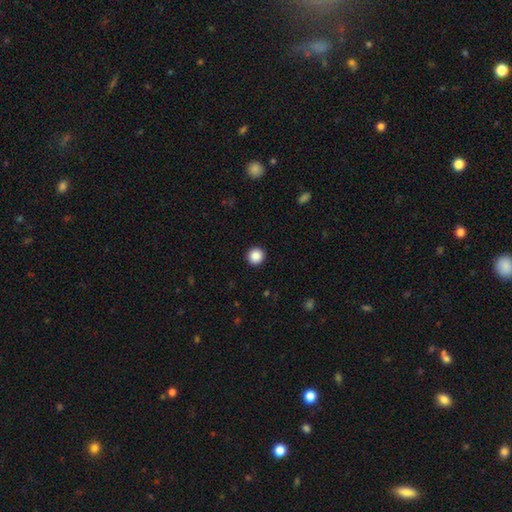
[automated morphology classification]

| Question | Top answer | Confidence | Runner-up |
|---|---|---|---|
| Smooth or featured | smooth | 88% | star or artifact (9%) |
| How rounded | round | 94% | in between (5%) |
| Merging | none | 93% | minor disturbance (4%) |